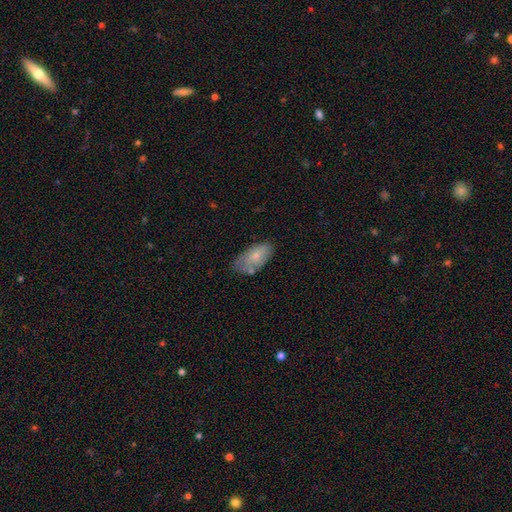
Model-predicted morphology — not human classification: Smooth or featured: smooth — 74% (featured or disk — 20%)
How rounded: in between — 93% (cigar-shaped — 4%)
Merging: none — 52% (minor disturbance — 30%)